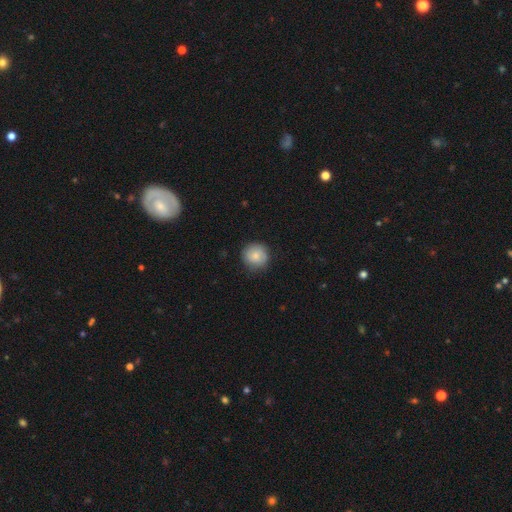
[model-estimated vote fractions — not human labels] Q: Smooth or featured?
A: smooth (78%); runner-up: featured or disk (15%)
Q: How rounded?
A: round (92%); runner-up: in between (7%)
Q: Merging?
A: none (82%); runner-up: minor disturbance (14%)